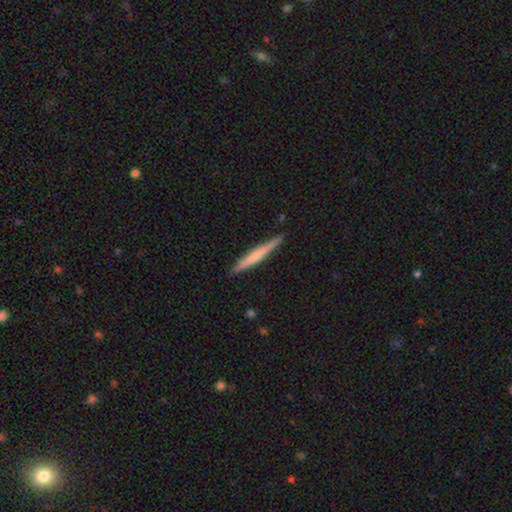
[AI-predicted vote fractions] smooth_or_featured: smooth (p=0.52) [alt: featured or disk p=0.43]
how_rounded: cigar-shaped (p=0.96) [alt: in between p=0.03]
merging: none (p=0.90) [alt: minor disturbance p=0.07]